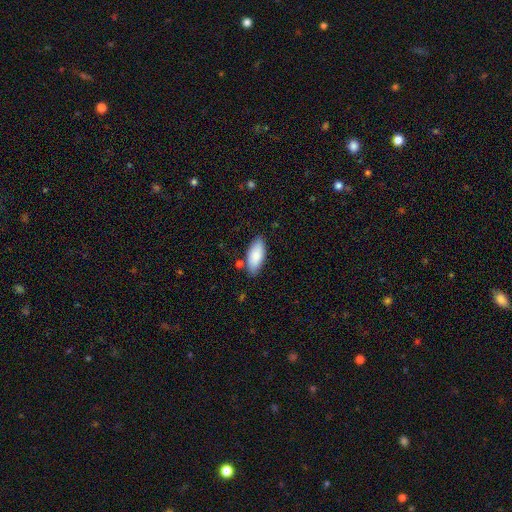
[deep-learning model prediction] This appears to be a smooth galaxy with no disk features (85%) that is in between round and cigar-shaped (86%). Merging: none (82%).